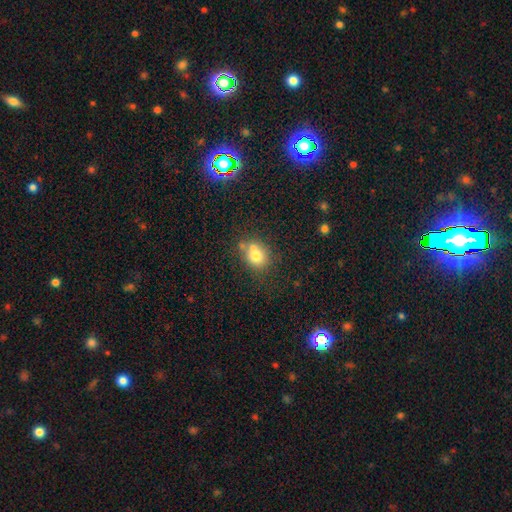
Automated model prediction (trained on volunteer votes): Smooth or featured? smooth (73%)
How rounded? round (72%)
Merging? none (53%)